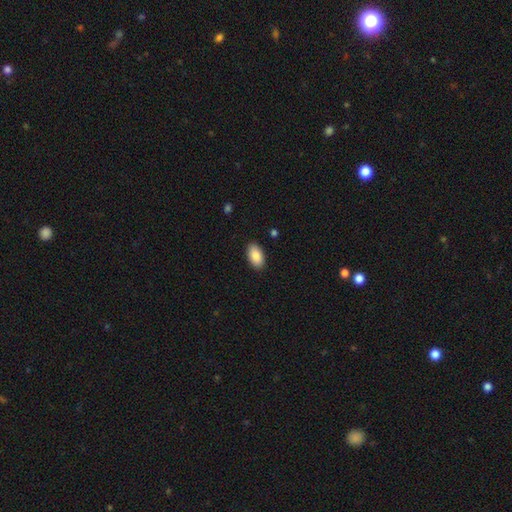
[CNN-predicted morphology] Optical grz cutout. It shows a smooth galaxy with no disk features (88%) that is in between round and cigar-shaped (94%). Merging: none (89%).